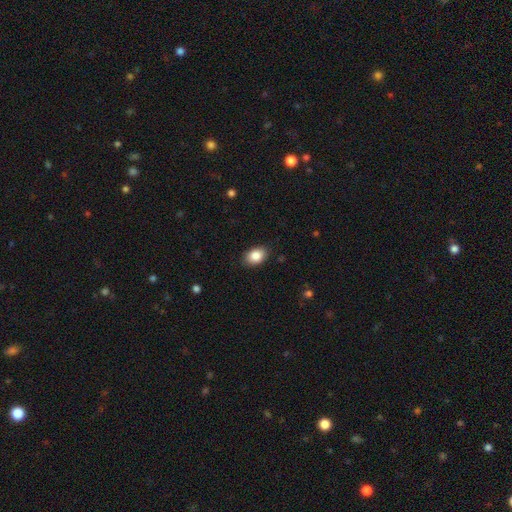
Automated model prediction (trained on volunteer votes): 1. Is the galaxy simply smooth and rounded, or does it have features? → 87% smooth, 7% star or artifact, 5% featured or disk.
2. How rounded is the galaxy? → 83% in between, 15% round, 1% cigar-shaped.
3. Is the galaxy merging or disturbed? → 86% none, 11% minor disturbance, 2% major disturbance, 1% merger.